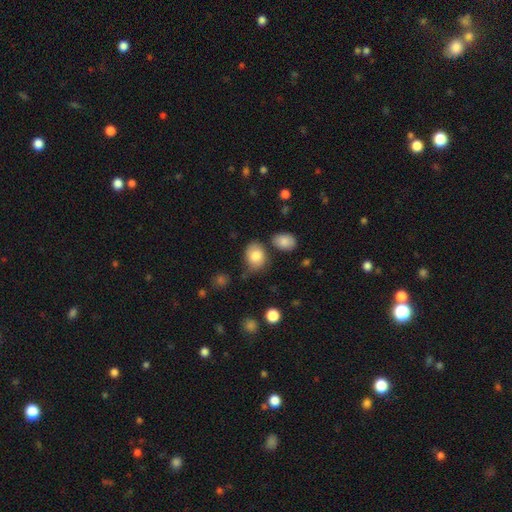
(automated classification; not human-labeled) This is clearly a smooth galaxy (82%). How rounded: likely in between (68%). Merging: likely none (63%).